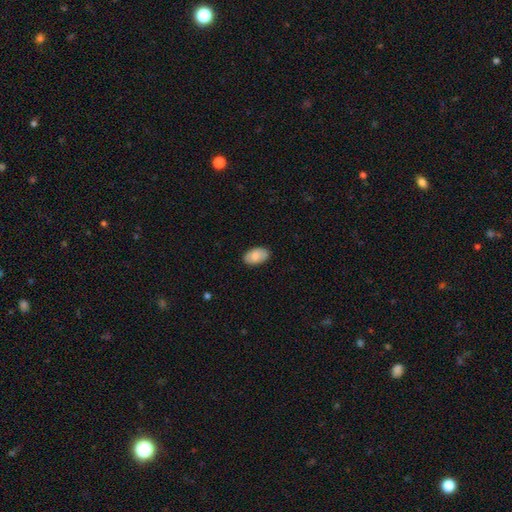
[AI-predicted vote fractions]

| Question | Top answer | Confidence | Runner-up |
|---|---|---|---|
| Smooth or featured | smooth | 84% | featured or disk (10%) |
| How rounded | in between | 94% | round (5%) |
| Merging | none | 86% | minor disturbance (11%) |